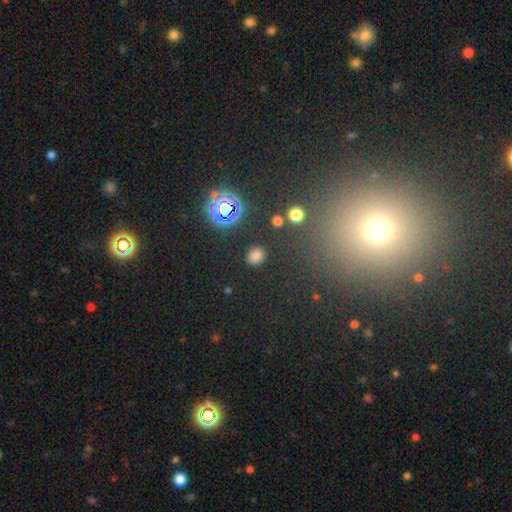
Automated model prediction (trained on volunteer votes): This appears to be a smooth galaxy with no disk features (75%) that is round (63%). Merging: none (87%).